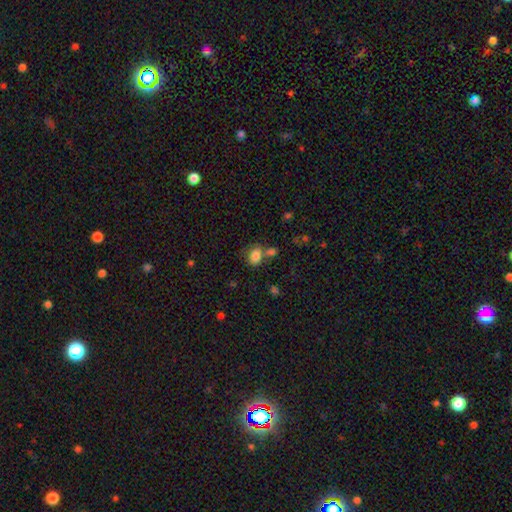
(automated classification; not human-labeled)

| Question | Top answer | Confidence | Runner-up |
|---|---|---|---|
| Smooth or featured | smooth | 83% | star or artifact (10%) |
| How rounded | in between | 64% | round (35%) |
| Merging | none | 49% | merger (29%) |